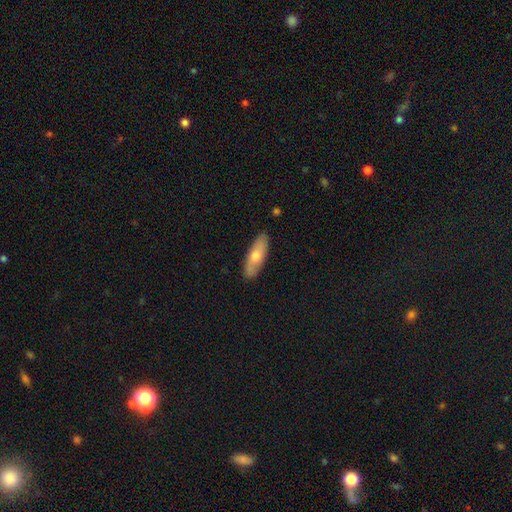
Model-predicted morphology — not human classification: smooth_or_featured: smooth (p=0.62) [alt: featured or disk p=0.32]
how_rounded: in between (p=0.56) [alt: cigar-shaped p=0.41]
merging: none (p=0.86) [alt: minor disturbance p=0.10]